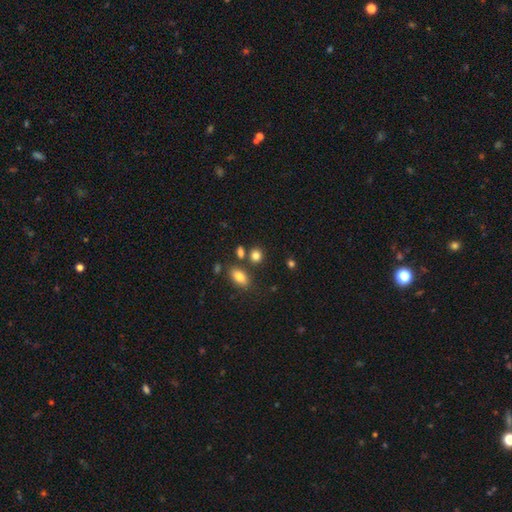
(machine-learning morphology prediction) type=smooth (82%); roundness=round (68%); merging=none (72%).